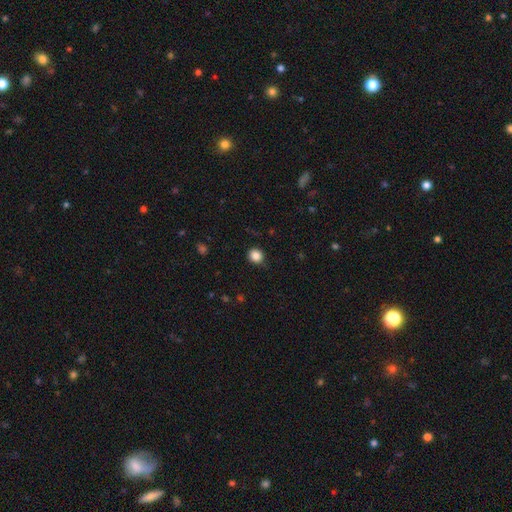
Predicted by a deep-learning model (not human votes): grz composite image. It shows a smooth galaxy with no disk features (85%) that is round (84%). Merging: none (85%).